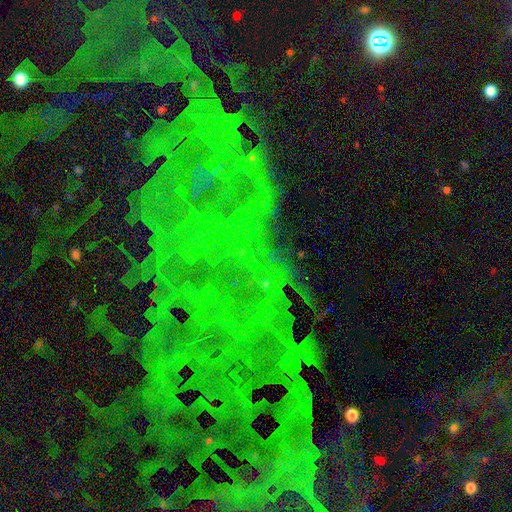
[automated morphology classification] Smooth or featured? Predicted: star or artifact (p=0.79).